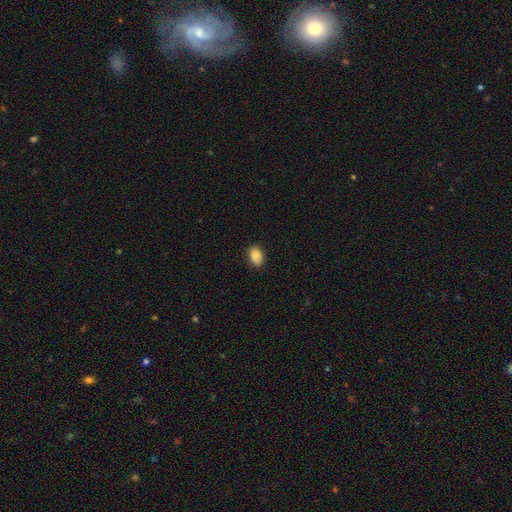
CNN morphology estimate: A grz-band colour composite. It shows a smooth galaxy with no disk features (88%) that is in between round and cigar-shaped (84%). Merging: none (83%).